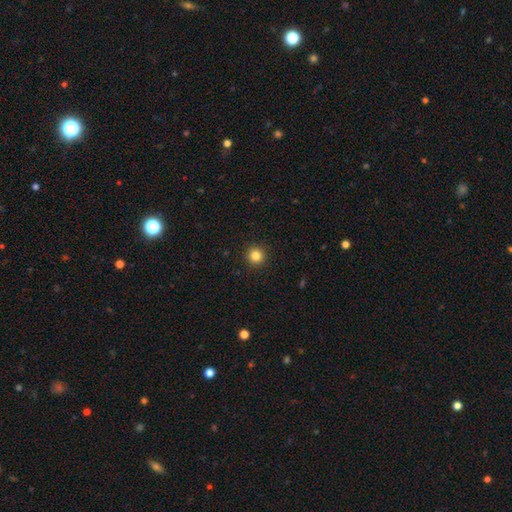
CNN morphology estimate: This appears to be a smooth galaxy with no disk features (84%) that is round (95%). Merging: none (93%).